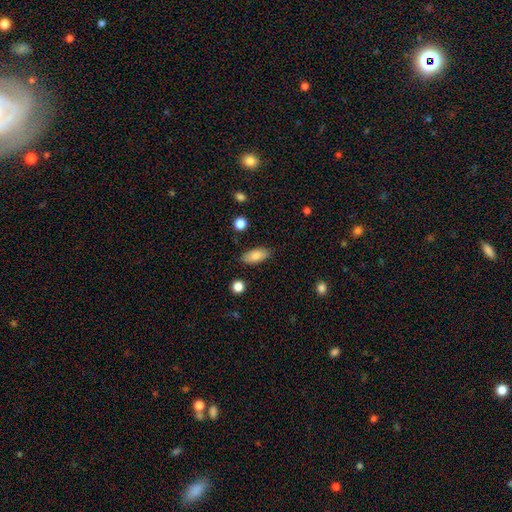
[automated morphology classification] smooth-or-featured: smooth: 85% | featured or disk: 8% | star or artifact: 7%
  how-rounded: in between: 86% | cigar-shaped: 11% | round: 3%
  merging: none: 85% | minor disturbance: 10% | major disturbance: 2% | merger: 2%